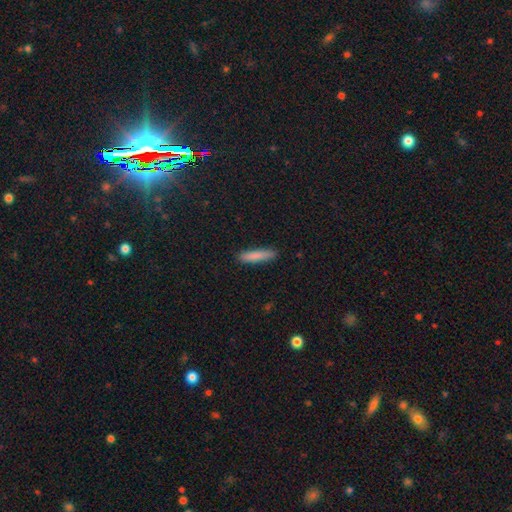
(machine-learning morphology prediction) smooth 84%, featured or disk 9%, star or artifact 6%. Down the decision tree: how rounded — cigar-shaped (87%); merging — none (88%).